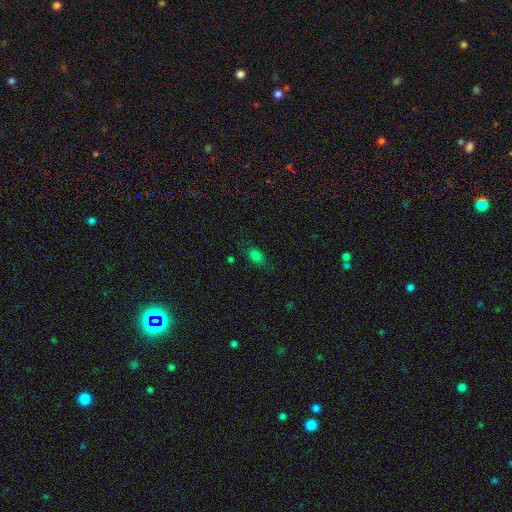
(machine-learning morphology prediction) Overall: smooth (77%). How rounded: in between (74%). Merging: none (74%).